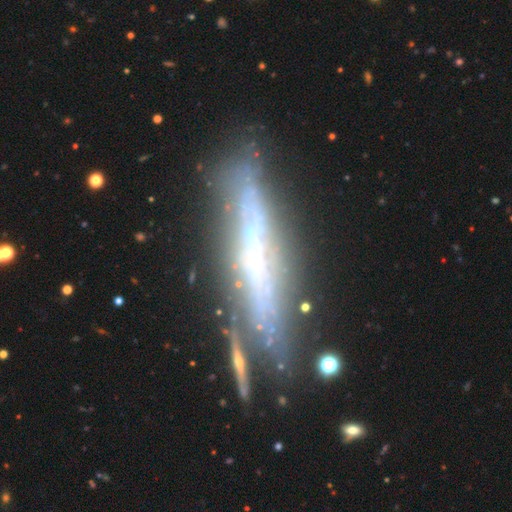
Smooth or featured?
  - featured or disk: 64% *
  - smooth: 28%
  - star or artifact: 8%
Edge-on disk?
  - yes: 88% *
  - no: 12%
Edge-on bulge?
  - none: 68% *
  - rounded: 27%
  - boxy: 5%
Merging?
  - none: 81% *
  - minor disturbance: 8%
  - merger: 8%
  - major disturbance: 3%